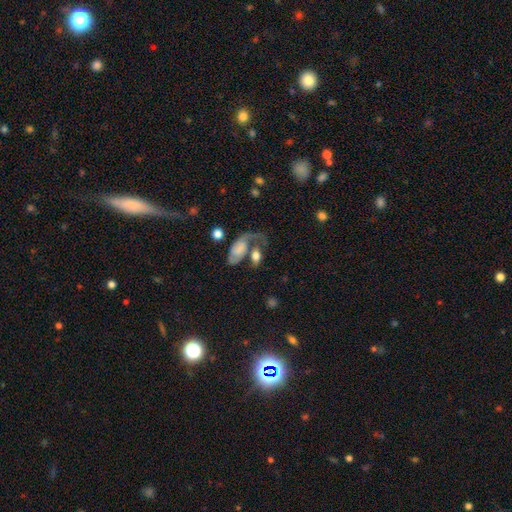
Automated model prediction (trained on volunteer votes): The model was most divided on "merging": merger: 37%, none: 27%, major disturbance: 24%, minor disturbance: 13%. More confident: how rounded — in between (82%); smooth or featured — smooth (54%).